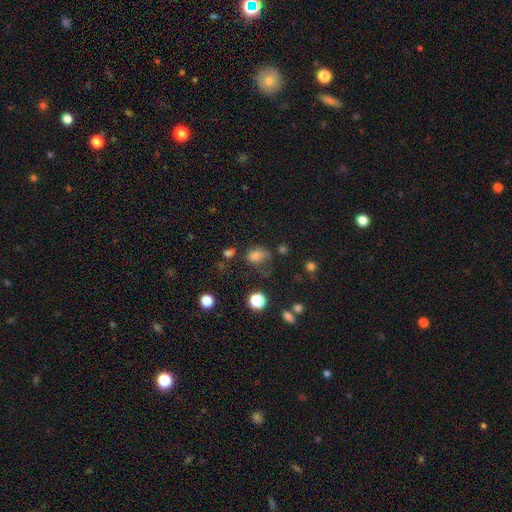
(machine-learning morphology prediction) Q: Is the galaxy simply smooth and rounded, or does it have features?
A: smooth — 67%.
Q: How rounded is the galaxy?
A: in between — 62%.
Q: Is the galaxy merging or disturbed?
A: none — 44%.